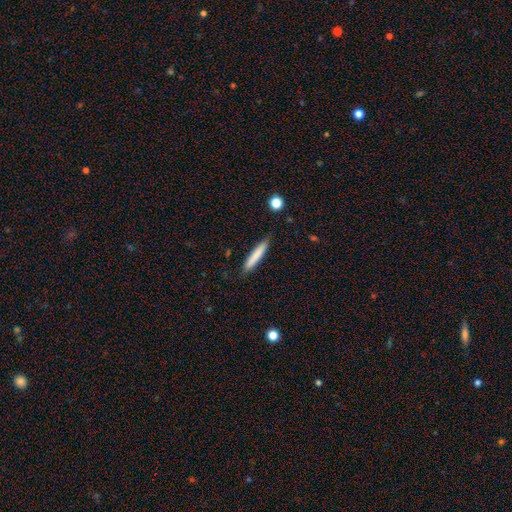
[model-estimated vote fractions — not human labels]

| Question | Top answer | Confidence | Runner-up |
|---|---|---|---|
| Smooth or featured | smooth | 77% | featured or disk (17%) |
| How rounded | cigar-shaped | 93% | in between (6%) |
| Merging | none | 84% | minor disturbance (12%) |